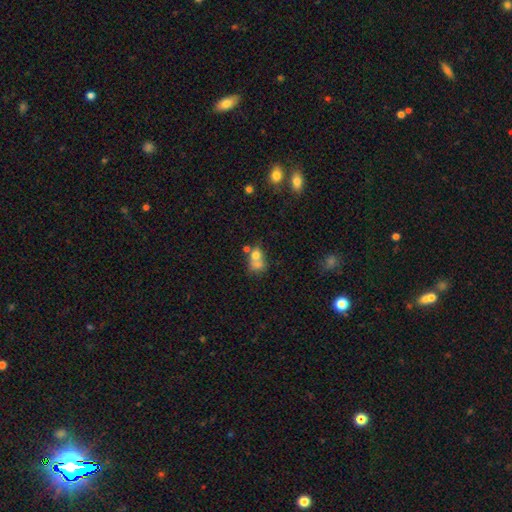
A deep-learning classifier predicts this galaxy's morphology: Overall: smooth (65%). How rounded: in between (51%; round 47%). Merging: merger (54%; none 24%).